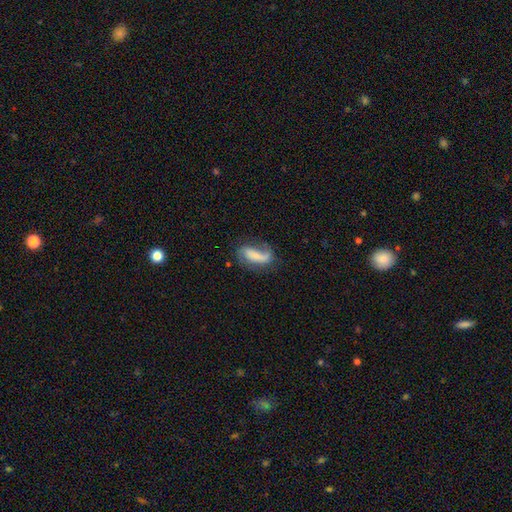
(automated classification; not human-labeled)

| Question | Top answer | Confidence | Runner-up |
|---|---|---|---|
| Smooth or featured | featured or disk | 46% | smooth (45%) |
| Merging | none | 45% | minor disturbance (26%) |